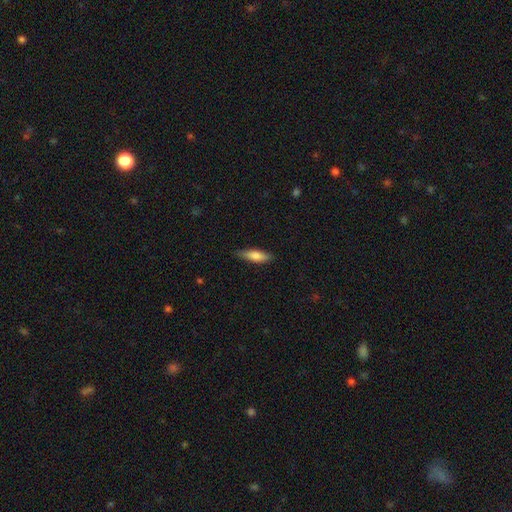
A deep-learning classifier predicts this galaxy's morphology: Smooth or featured?
  - smooth: 74% *
  - featured or disk: 20%
  - star or artifact: 6%
How rounded?
  - cigar-shaped: 59% *
  - in between: 39%
  - round: 2%
Merging?
  - none: 83% *
  - minor disturbance: 14%
  - major disturbance: 2%
  - merger: 1%